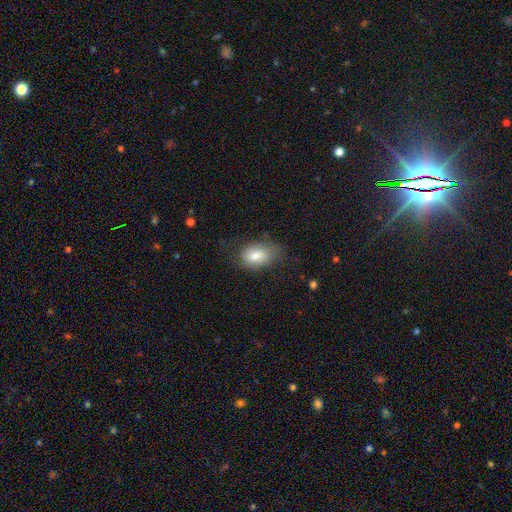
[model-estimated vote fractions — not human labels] Q: Smooth or featured?
A: smooth (79%); runner-up: featured or disk (13%)
Q: How rounded?
A: in between (87%); runner-up: round (12%)
Q: Merging?
A: none (64%); runner-up: minor disturbance (25%)